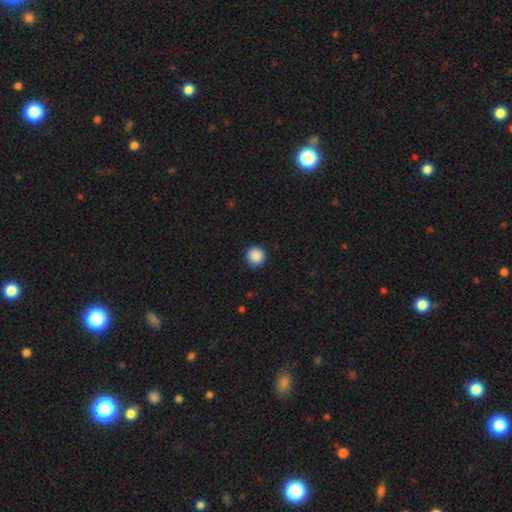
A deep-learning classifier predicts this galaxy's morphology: A smooth galaxy with no disk features (89%) that is round (94%). Merging: none (91%).